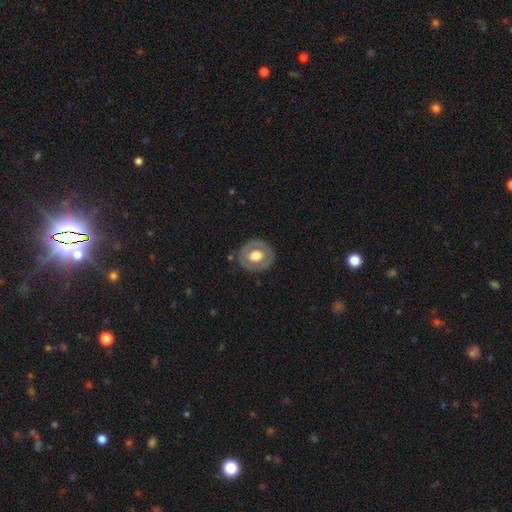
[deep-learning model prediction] Smooth or featured? Predicted: featured or disk (p=0.49). Merging? Predicted: none (p=0.82).